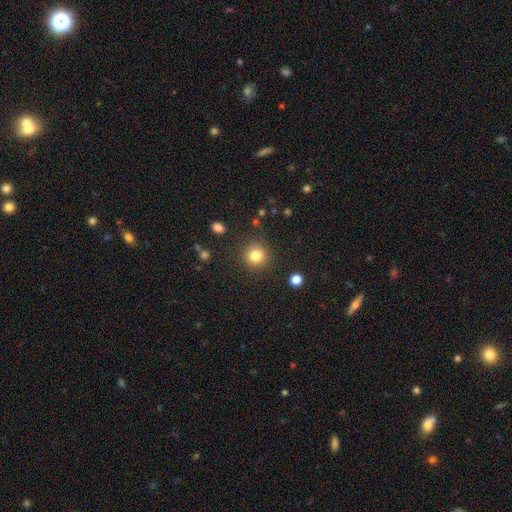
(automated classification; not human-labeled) This appears to be a smooth galaxy with no disk features (82%) that is round (93%). Merging: none (87%).